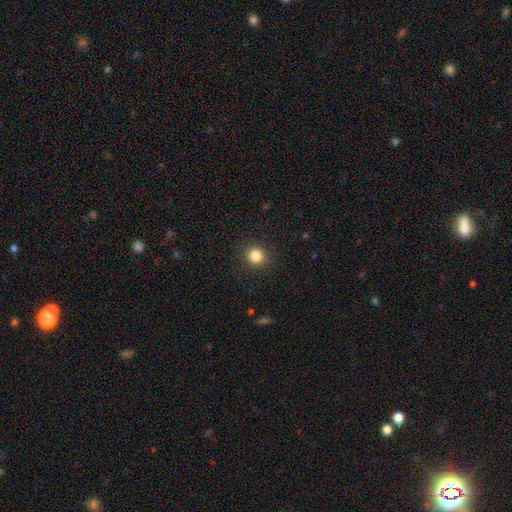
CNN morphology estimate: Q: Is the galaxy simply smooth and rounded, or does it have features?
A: smooth — 84%.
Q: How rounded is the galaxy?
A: round — 91%.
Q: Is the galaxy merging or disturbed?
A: none — 91%.